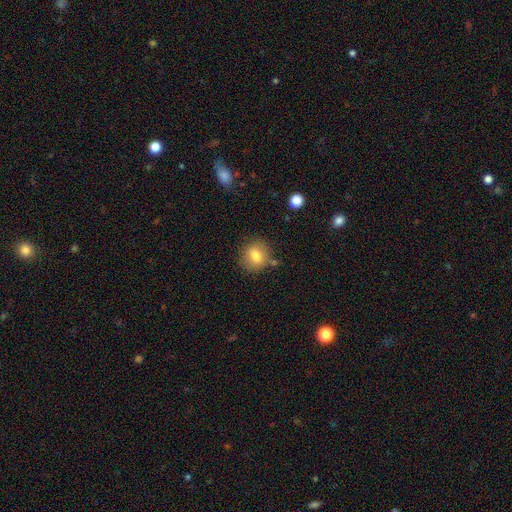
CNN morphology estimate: smooth 78%, featured or disk 12%, star or artifact 10%. Down the decision tree: how rounded — round (78%); merging — none (79%).